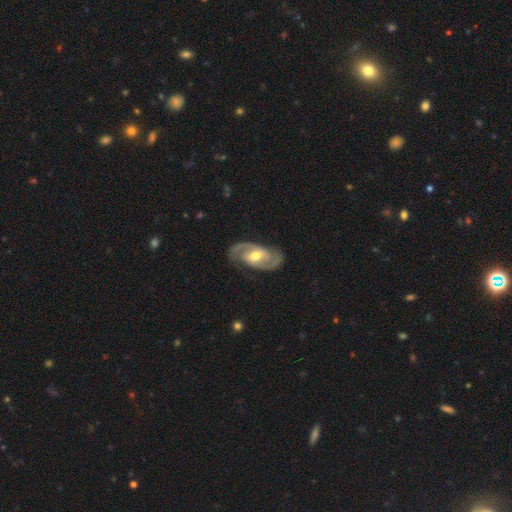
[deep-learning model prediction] Smooth or featured? Predicted: featured or disk (p=0.87). Edge-on disk? Predicted: no (p=0.96). Bar? Predicted: weak (p=0.47). Spiral arms? Predicted: yes (p=0.94). Spiral winding? Predicted: medium (p=0.54). Spiral arm count? Predicted: 2 (p=0.92). Bulge size? Predicted: moderate (p=0.72). Merging? Predicted: none (p=0.83).